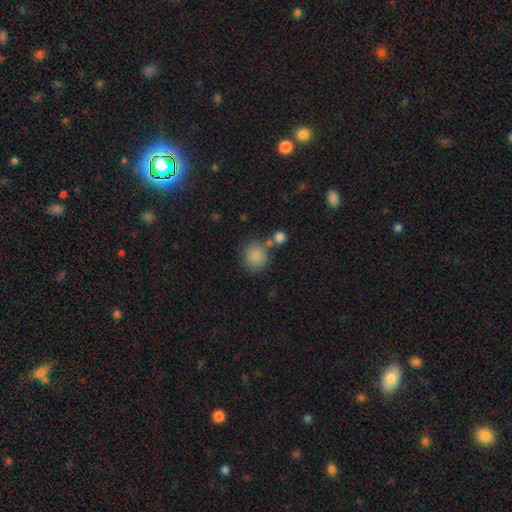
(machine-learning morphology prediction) A smooth galaxy with no disk features (85%) that is round (82%). Merging: none (66%).